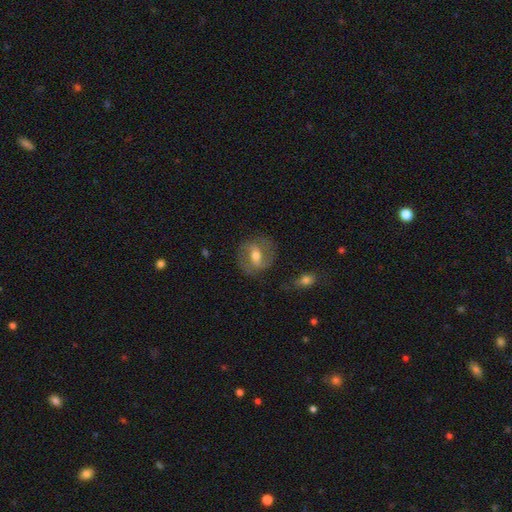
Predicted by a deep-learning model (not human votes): This appears to be a featured or disk galaxy (68%) with a weak bar (44%), 2 (85%) medium (48%) spiral arms (80%) and a moderate central bulge (71%). Merging: none (76%).